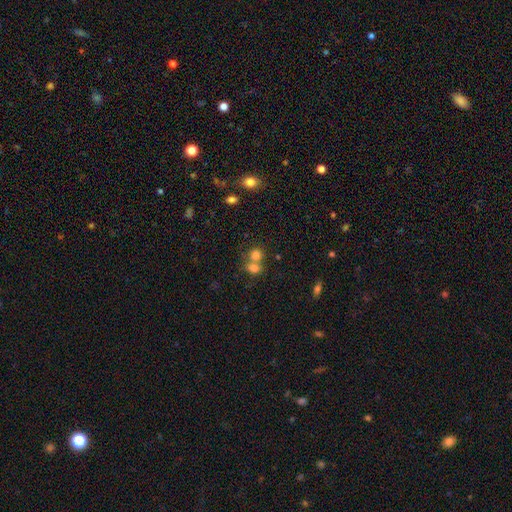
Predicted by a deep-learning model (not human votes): smooth-or-featured: smooth: 77% | star or artifact: 13% | featured or disk: 10%
  how-rounded: round: 72% | in between: 27% | cigar-shaped: 1%
  merging: merger: 51% | none: 39% | minor disturbance: 7% | major disturbance: 3%